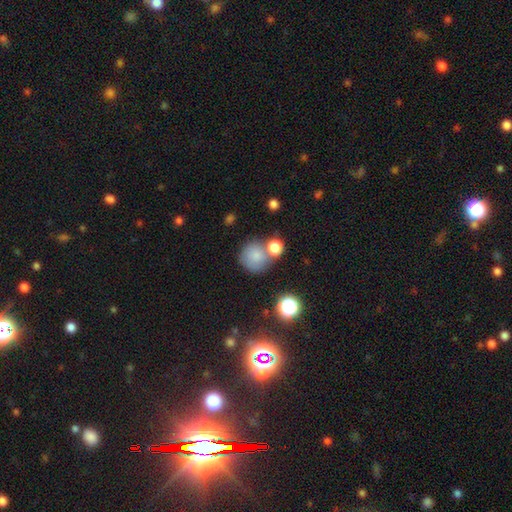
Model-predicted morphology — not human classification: A smooth galaxy with no disk features (78%) that is round (90%).

Vote fractions:
- Smooth or featured? smooth: 78% / star or artifact: 12% / featured or disk: 10%
- How rounded? round: 90% / in between: 9% / cigar-shaped: 1%
- Merging? none: 58% / merger: 23% / minor disturbance: 13% / major disturbance: 5%